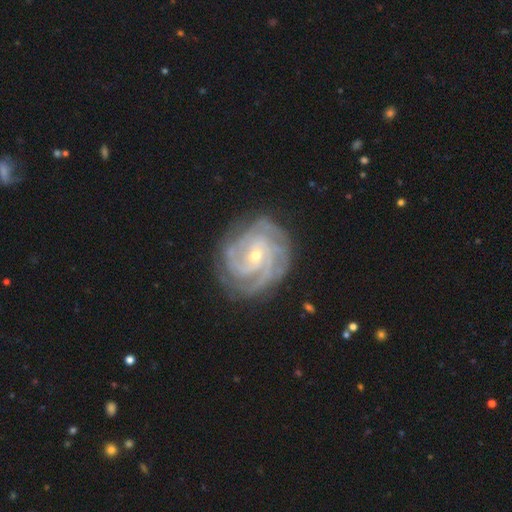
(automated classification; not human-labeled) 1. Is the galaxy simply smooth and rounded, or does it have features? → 90% featured or disk, 5% star or artifact, 5% smooth.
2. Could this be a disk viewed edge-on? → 98% no, 2% yes.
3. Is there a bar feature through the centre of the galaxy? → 53% no, 37% weak, 10% strong.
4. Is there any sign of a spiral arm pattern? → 98% yes, 2% no.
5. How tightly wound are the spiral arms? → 72% tight, 24% medium, 3% loose.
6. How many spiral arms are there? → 30% 3, 22% 4, 19% can't tell, 14% 2, 8% more than 4, 7% 1.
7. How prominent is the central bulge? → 67% small, 30% moderate, 1% large, 1% none, 1% dominant.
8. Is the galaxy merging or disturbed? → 78% none, 16% minor disturbance, 5% major disturbance, 1% merger.